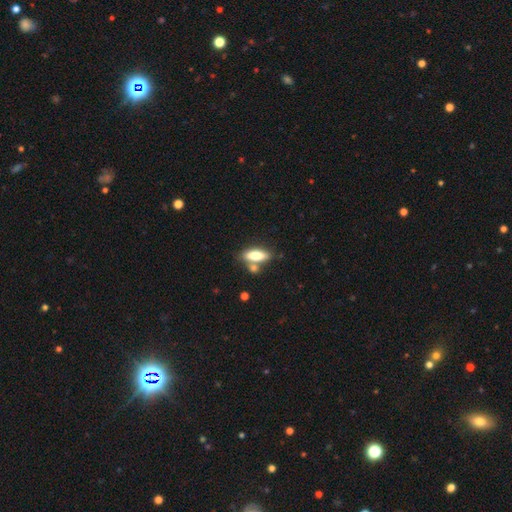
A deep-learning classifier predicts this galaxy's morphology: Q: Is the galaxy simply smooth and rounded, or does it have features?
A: smooth — 76%.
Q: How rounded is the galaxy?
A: in between — 67%.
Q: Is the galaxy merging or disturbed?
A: none — 60%.